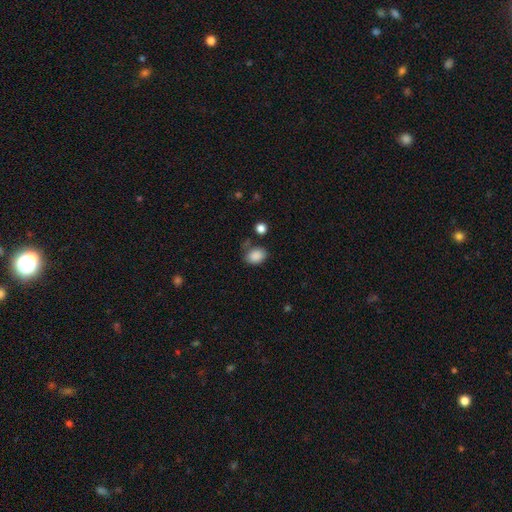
Smooth or featured: smooth — 90% (star or artifact — 10%)
How rounded: in between — 77% (round — 23%)
Merging: none — 80% (major disturbance — 11%)